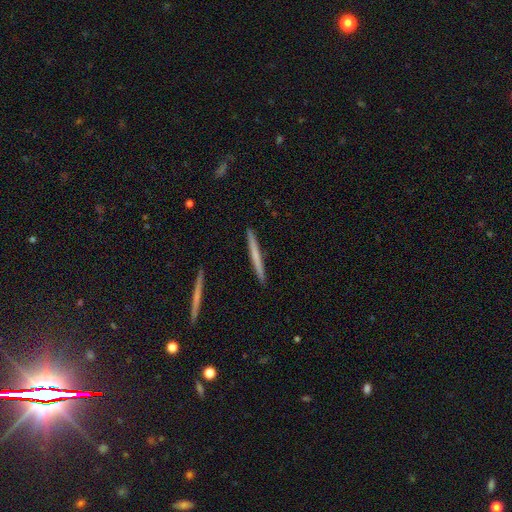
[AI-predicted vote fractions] A smooth galaxy with no disk features (50%) that is cigar-shaped (97%).

Vote fractions:
- Smooth or featured? smooth: 50% / featured or disk: 45% / star or artifact: 5%
- How rounded? cigar-shaped: 97% / in between: 2% / round: 1%
- Merging? none: 92% / minor disturbance: 5% / merger: 1% / major disturbance: 1%